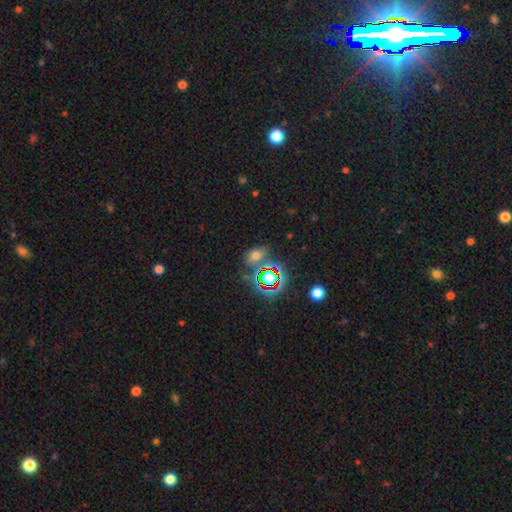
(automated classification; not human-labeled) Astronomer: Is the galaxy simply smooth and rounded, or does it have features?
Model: smooth — 52% (runner-up: star or artifact, 37%).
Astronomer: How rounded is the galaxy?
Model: in between — 68%.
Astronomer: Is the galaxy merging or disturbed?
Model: none — 65%.